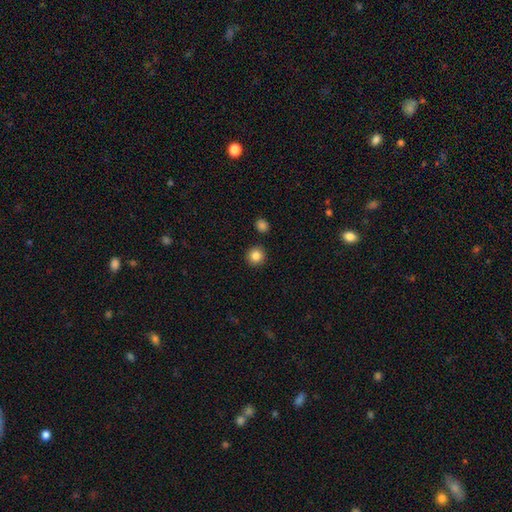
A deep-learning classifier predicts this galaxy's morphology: The model was most divided on "smooth or featured": smooth: 85%, star or artifact: 10%, featured or disk: 5%. More confident: how rounded — round (93%); merging — none (91%).